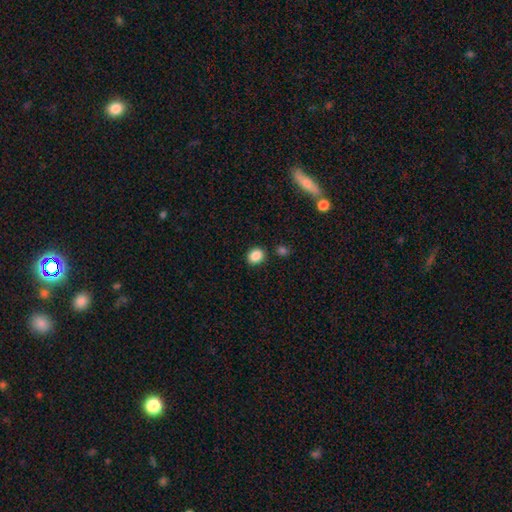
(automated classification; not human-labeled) Smooth or featured?
  - smooth: 87% *
  - star or artifact: 9%
  - featured or disk: 3%
How rounded?
  - round: 56% *
  - in between: 43%
  - cigar-shaped: 1%
Merging?
  - none: 84% *
  - minor disturbance: 9%
  - merger: 4%
  - major disturbance: 3%